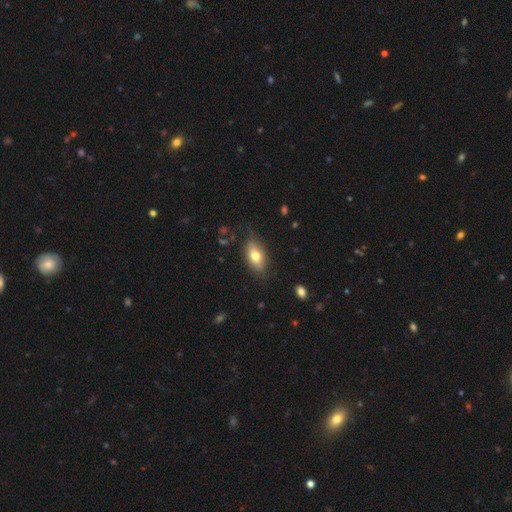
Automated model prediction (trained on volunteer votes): This appears to be a smooth galaxy with no disk features (63%) that is in between round and cigar-shaped (81%). Merging: none (76%).